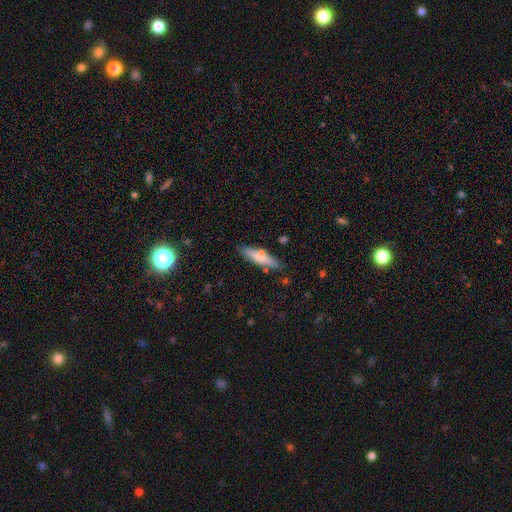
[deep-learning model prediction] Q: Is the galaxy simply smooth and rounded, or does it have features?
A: smooth — 64%.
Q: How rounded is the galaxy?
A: cigar-shaped — 77%.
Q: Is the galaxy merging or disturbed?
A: none — 84%.